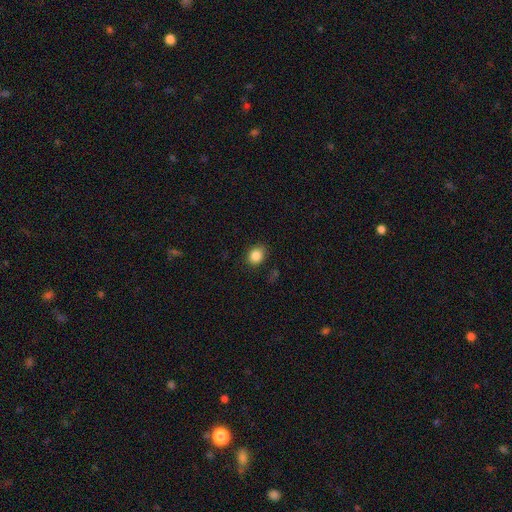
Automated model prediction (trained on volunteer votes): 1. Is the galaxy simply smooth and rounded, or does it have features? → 86% smooth, 10% star or artifact, 5% featured or disk.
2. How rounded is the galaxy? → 60% round, 40% in between, 1% cigar-shaped.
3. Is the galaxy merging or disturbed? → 84% none, 12% minor disturbance, 3% major disturbance, 1% merger.